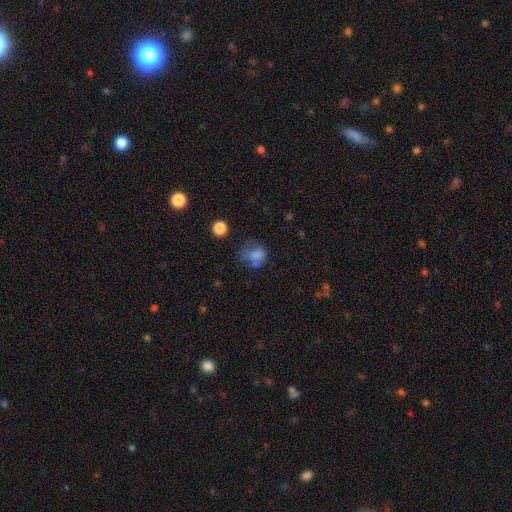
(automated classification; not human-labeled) smooth-or-featured: smooth: 70% | featured or disk: 16% | star or artifact: 14%
  how-rounded: round: 57% | in between: 42% | cigar-shaped: 1%
  merging: none: 39% | minor disturbance: 27% | major disturbance: 25% | merger: 9%